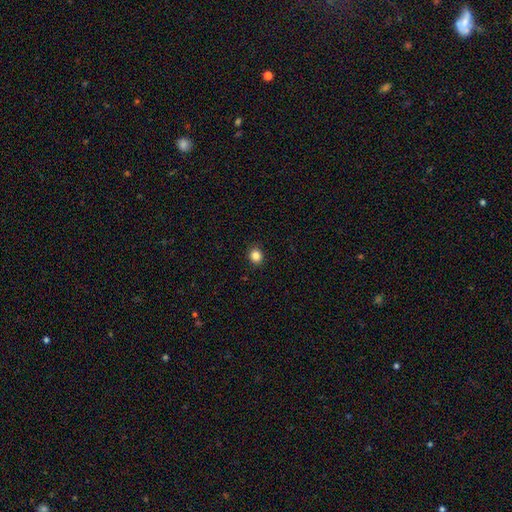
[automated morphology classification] type=smooth (84%); roundness=round (78%); merging=none (91%).